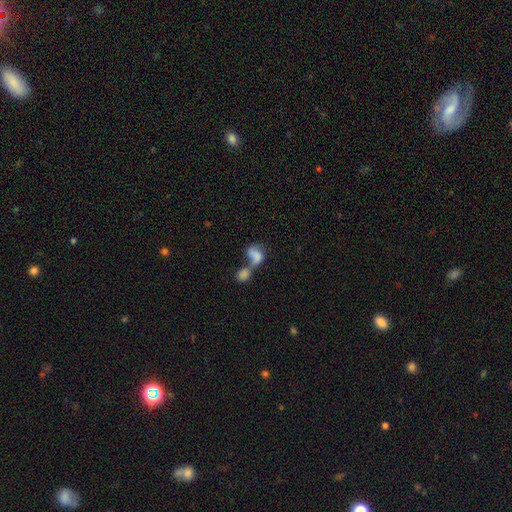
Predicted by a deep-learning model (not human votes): A smooth galaxy with no disk features (66%) that is in between round and cigar-shaped (69%). Merging: merger (76%).